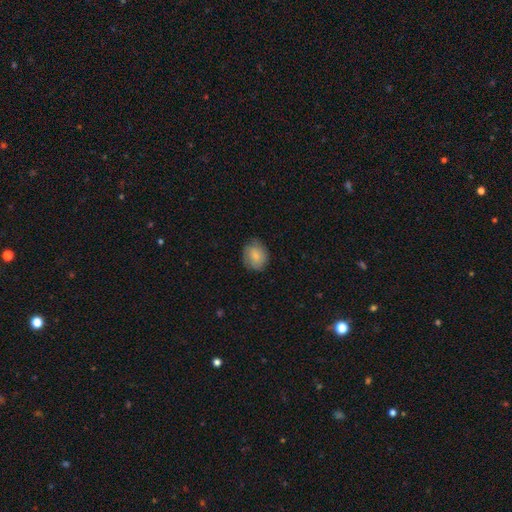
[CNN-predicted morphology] This appears to be a smooth galaxy with no disk features (75%) that is round (60%). Merging: none (71%).